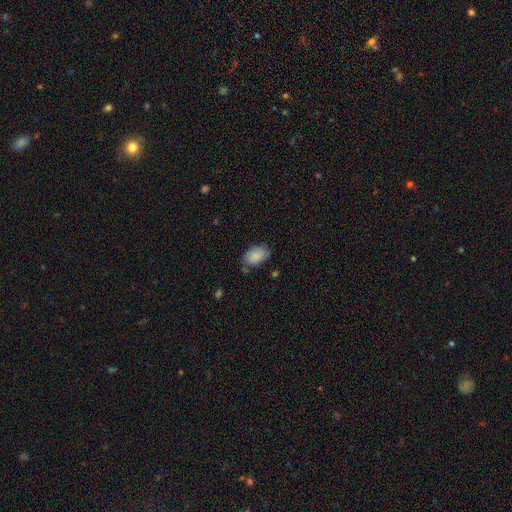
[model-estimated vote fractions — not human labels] A smooth galaxy with no disk features (83%) that is in between round and cigar-shaped (90%). Merging: none (68%).